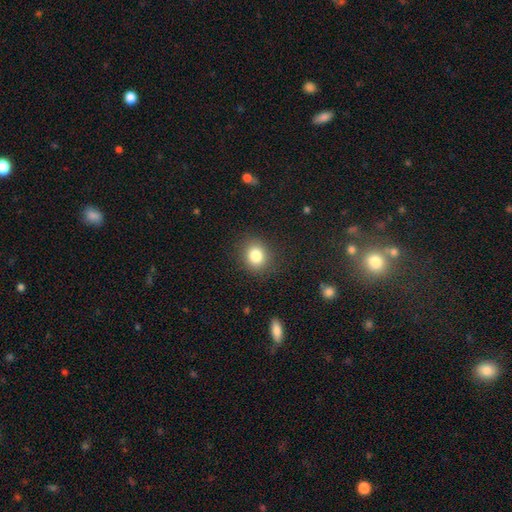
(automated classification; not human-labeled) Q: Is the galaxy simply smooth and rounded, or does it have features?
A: smooth — 83%.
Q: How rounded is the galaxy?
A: round — 69%.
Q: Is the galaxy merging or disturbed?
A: none — 87%.